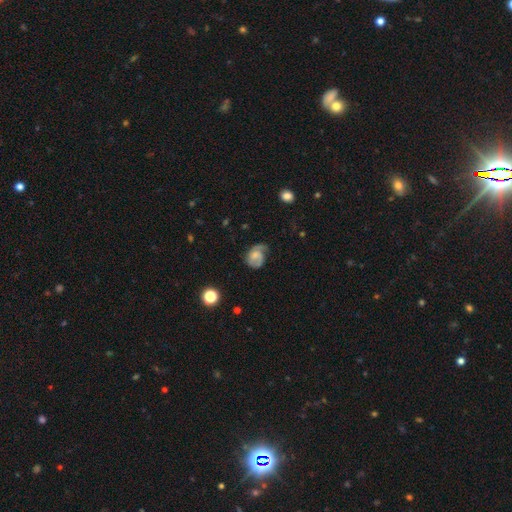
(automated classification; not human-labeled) Q: Smooth or featured?
A: featured or disk (60%); runner-up: smooth (32%)
Q: Edge-on disk?
A: no (97%); runner-up: yes (3%)
Q: Bar?
A: no (67%); runner-up: weak (28%)
Q: Spiral arms?
A: yes (86%); runner-up: no (14%)
Q: Spiral winding?
A: medium (40%); tied with: tight (40%)
Q: Spiral arm count?
A: 2 (46%); runner-up: 1 (34%)
Q: Bulge size?
A: small (37%); runner-up: moderate (32%)
Q: Merging?
A: none (45%); runner-up: minor disturbance (30%)